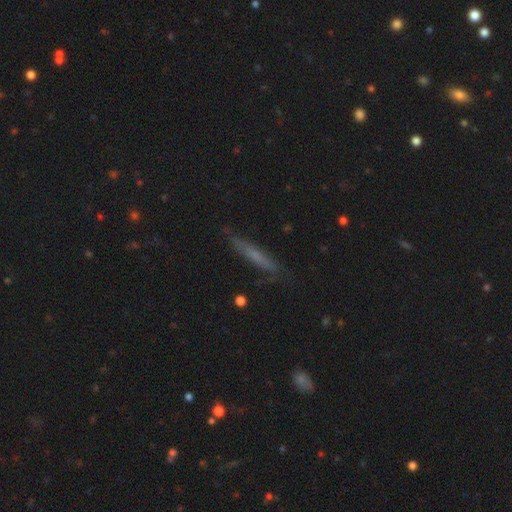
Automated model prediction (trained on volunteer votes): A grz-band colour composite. It shows a smooth galaxy with no disk features (50%) that is cigar-shaped (92%). Merging: none (78%).